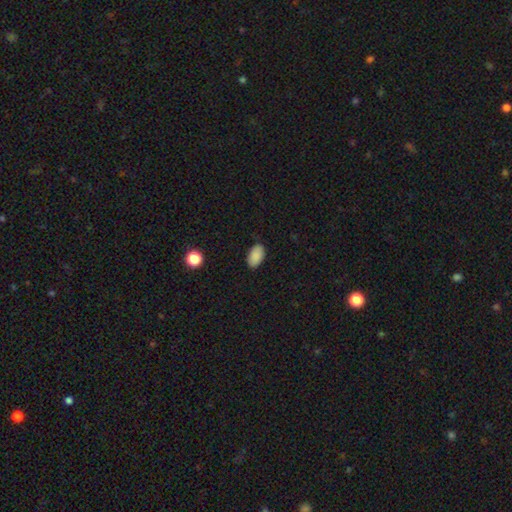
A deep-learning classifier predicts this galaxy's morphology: This appears to be a smooth galaxy with no disk features (89%) that is in between round and cigar-shaped (94%). Merging: none (88%).